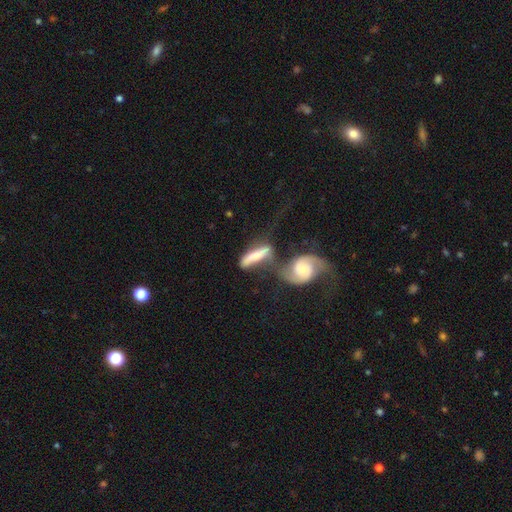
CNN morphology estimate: The model was most divided on "smooth or featured": featured or disk: 52%, smooth: 41%, star or artifact: 7%. More confident: edge-on disk — no (56%); merging — merger (51%).